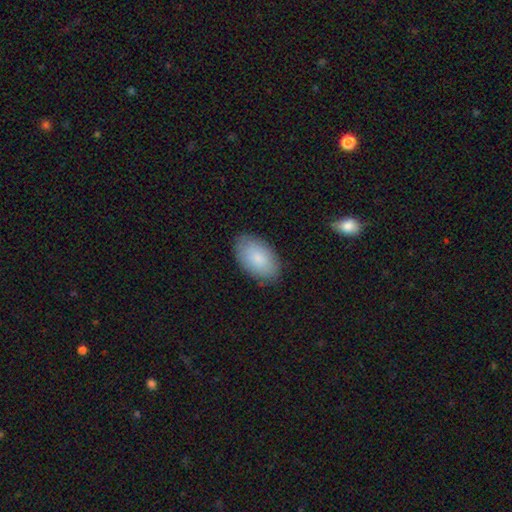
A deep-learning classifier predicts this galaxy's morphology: Q: Smooth or featured?
A: smooth (83%); runner-up: featured or disk (10%)
Q: How rounded?
A: in between (94%); runner-up: round (5%)
Q: Merging?
A: none (85%); runner-up: minor disturbance (11%)